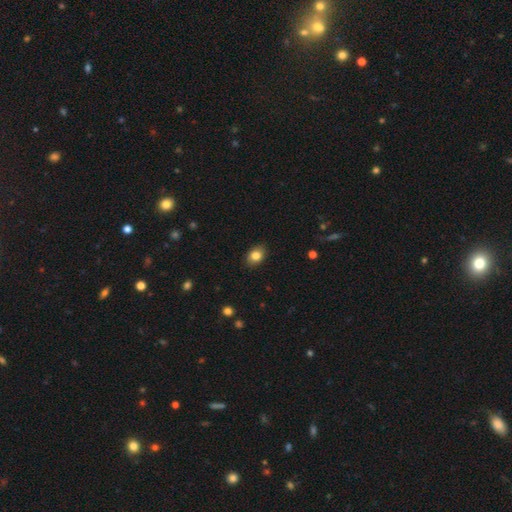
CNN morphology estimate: Smooth or featured: smooth — 84% (star or artifact — 9%)
How rounded: in between — 69% (round — 30%)
Merging: none — 87% (minor disturbance — 10%)